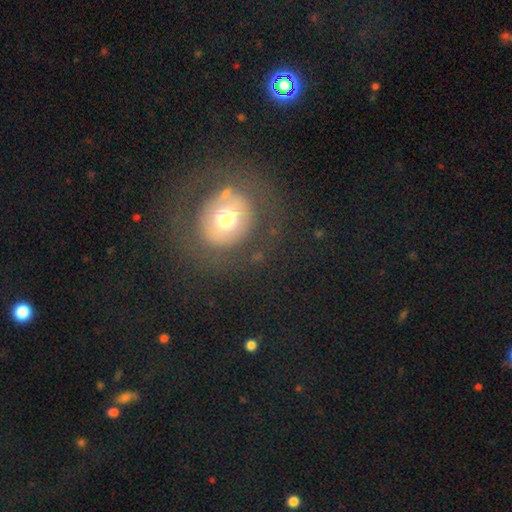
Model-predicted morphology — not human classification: Smooth or featured: smooth — 44% (featured or disk — 43%)
Merging: none — 80% (minor disturbance — 9%)